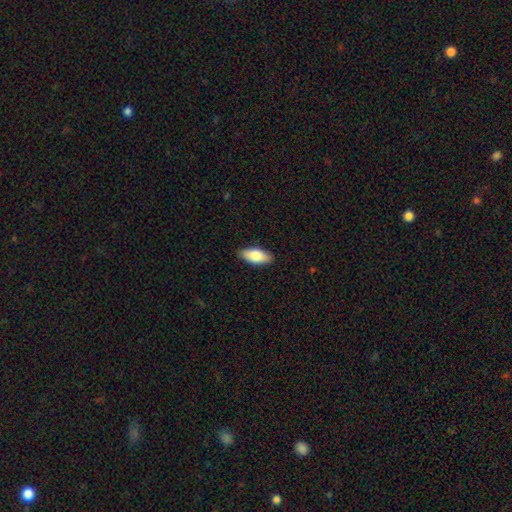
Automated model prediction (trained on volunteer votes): Overall: smooth (81%). How rounded: in between (86%). Merging: none (89%).